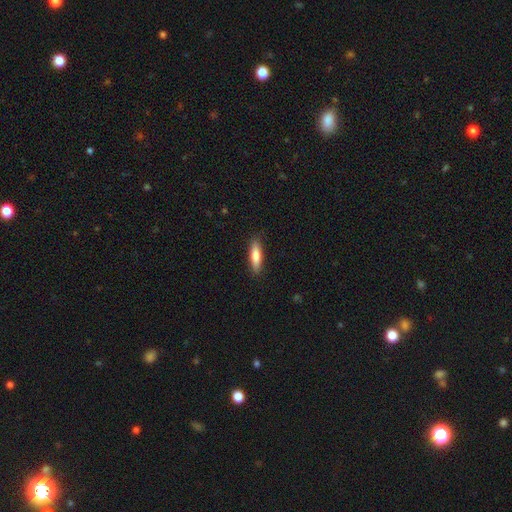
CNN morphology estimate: smooth 81%, featured or disk 14%, star or artifact 6%. Down the decision tree: how rounded — cigar-shaped (62%); merging — none (87%).